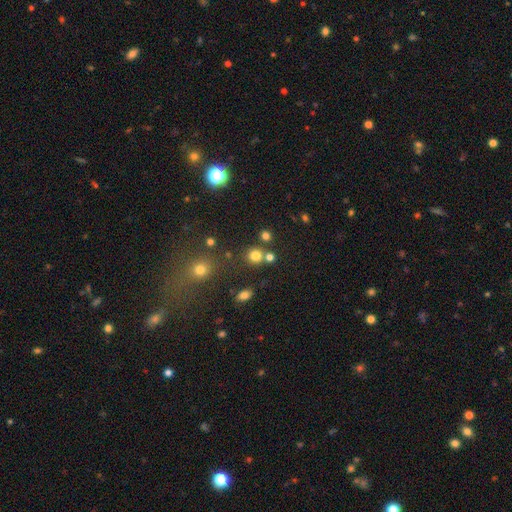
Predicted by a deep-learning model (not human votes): A smooth galaxy with no disk features (77%) that is round (86%). Merging: none (71%).